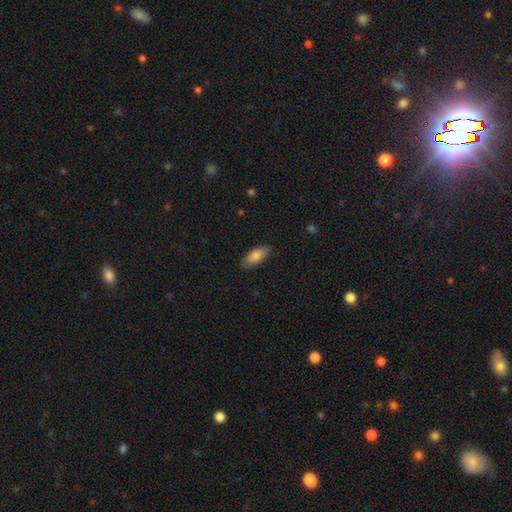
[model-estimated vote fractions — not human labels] smooth-or-featured: smooth: 83% | featured or disk: 11% | star or artifact: 6%
  how-rounded: in between: 81% | cigar-shaped: 17% | round: 2%
  merging: none: 87% | minor disturbance: 10% | major disturbance: 2% | merger: 1%